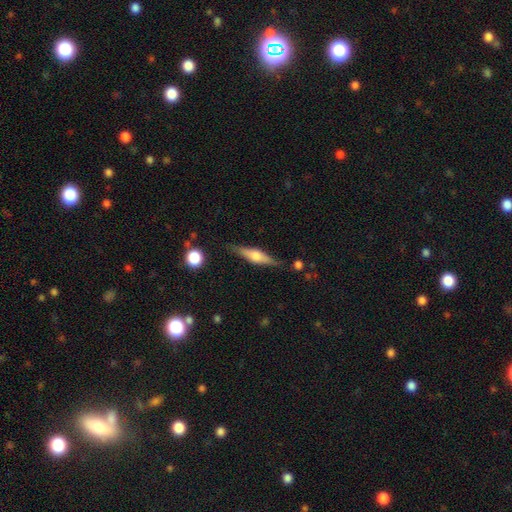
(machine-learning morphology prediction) featured or disk 60%, smooth 33%, star or artifact 6%. Down the decision tree: edge-on disk — yes (94%); edge-on bulge — rounded (86%); merging — none (79%).